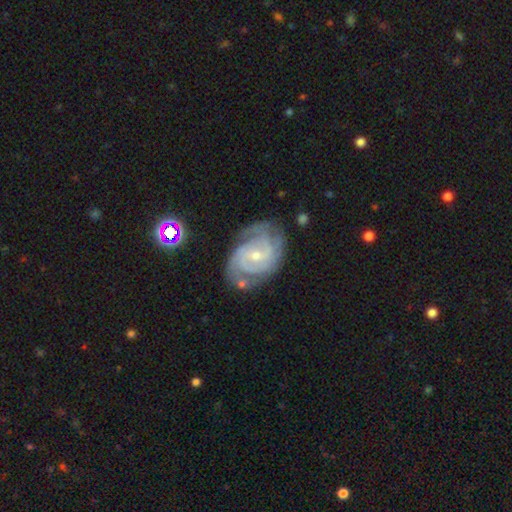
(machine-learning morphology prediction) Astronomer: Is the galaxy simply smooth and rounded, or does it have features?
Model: featured or disk — 89%.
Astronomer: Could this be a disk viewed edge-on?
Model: no — 97%.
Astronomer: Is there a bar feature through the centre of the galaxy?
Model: no — 45% (runner-up: weak, 44%).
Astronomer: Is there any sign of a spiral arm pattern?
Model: yes — 97%.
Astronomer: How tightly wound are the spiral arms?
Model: tight — 61%.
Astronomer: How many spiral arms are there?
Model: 2 — 31% (runner-up: 3, 30%).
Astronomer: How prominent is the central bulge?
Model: small — 65%.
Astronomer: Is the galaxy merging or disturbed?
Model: none — 67%.